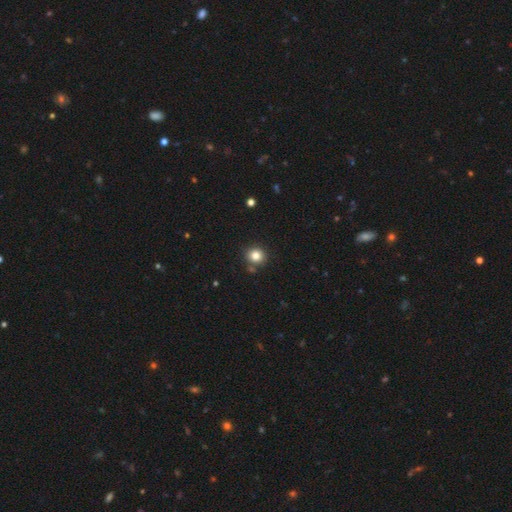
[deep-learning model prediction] Smooth or featured?
  - smooth: 82% *
  - star or artifact: 12%
  - featured or disk: 6%
How rounded?
  - round: 85% *
  - in between: 14%
  - cigar-shaped: 1%
Merging?
  - none: 80% *
  - minor disturbance: 10%
  - merger: 7%
  - major disturbance: 3%